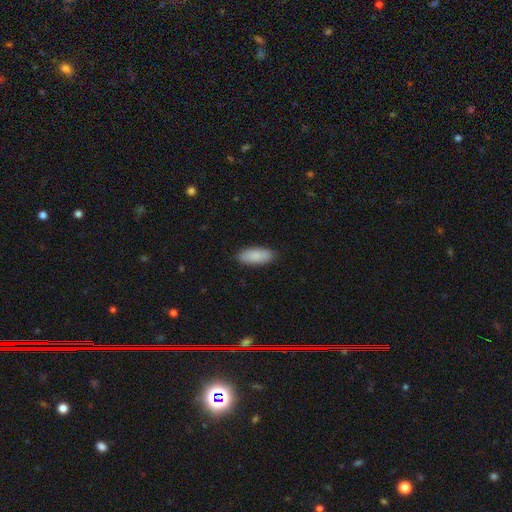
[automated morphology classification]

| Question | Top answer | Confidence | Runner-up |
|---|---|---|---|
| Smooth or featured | smooth | 88% | featured or disk (6%) |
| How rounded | in between | 81% | cigar-shaped (17%) |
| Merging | none | 88% | minor disturbance (9%) |